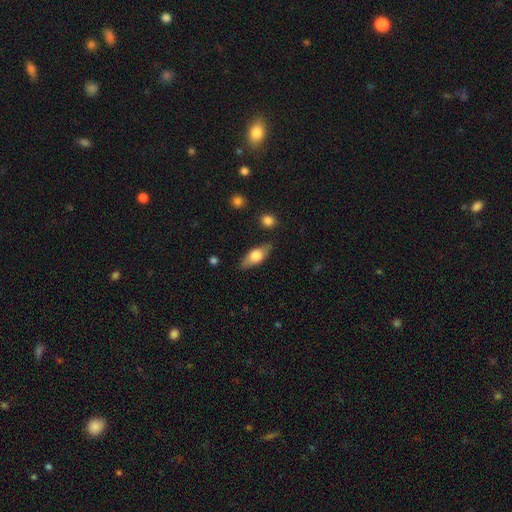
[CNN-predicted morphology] Overall: smooth (59%; featured or disk 34%). How rounded: in between (72%). Merging: none (84%).